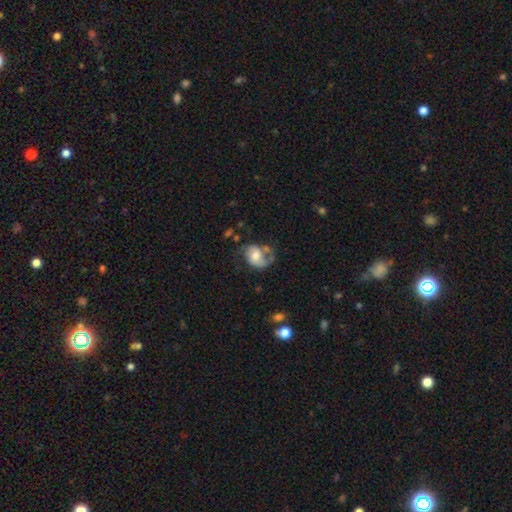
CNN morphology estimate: Smooth or featured? Predicted: featured or disk (p=0.64). Edge-on disk? Predicted: no (p=0.97). Bar? Predicted: no (p=0.58). Spiral arms? Predicted: yes (p=0.85). Spiral winding? Predicted: medium (p=0.43). Spiral arm count? Predicted: 2 (p=0.75). Bulge size? Predicted: moderate (p=0.60). Merging? Predicted: none (p=0.45).